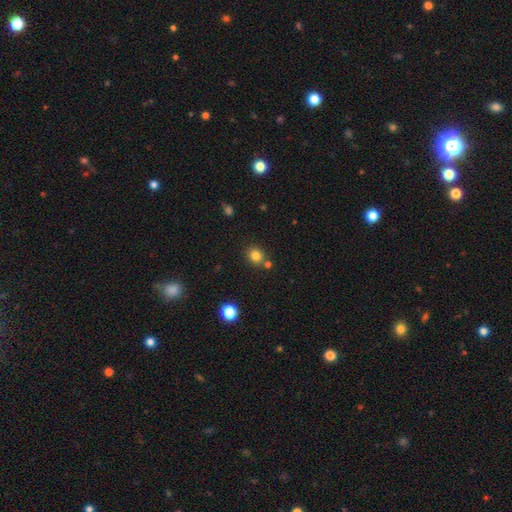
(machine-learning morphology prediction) Smooth or featured: smooth — 81% (star or artifact — 13%)
How rounded: round — 82% (in between — 17%)
Merging: none — 76% (merger — 12%)